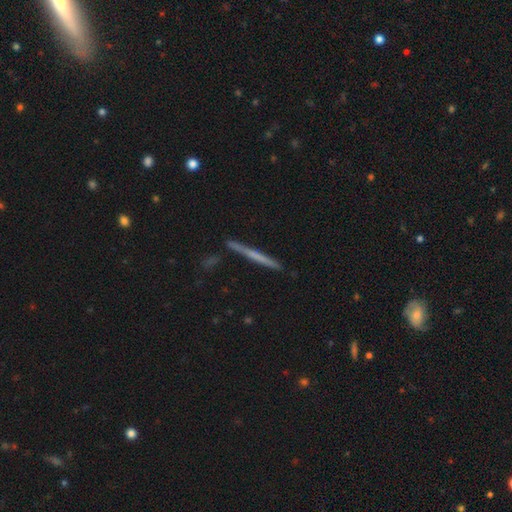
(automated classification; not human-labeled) smooth_or_featured: featured or disk (p=0.52) [alt: smooth p=0.42]
disk_edge_on: yes (p=0.97) [alt: no p=0.03]
edge_on_bulge: none (p=0.80) [alt: rounded p=0.14]
merging: none (p=0.87) [alt: minor disturbance p=0.08]